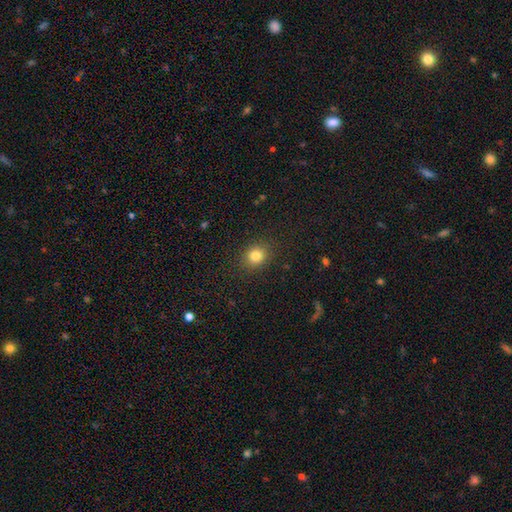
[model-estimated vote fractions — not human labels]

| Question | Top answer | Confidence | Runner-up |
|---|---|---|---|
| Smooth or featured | smooth | 82% | star or artifact (12%) |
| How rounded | round | 71% | in between (29%) |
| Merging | none | 88% | minor disturbance (8%) |